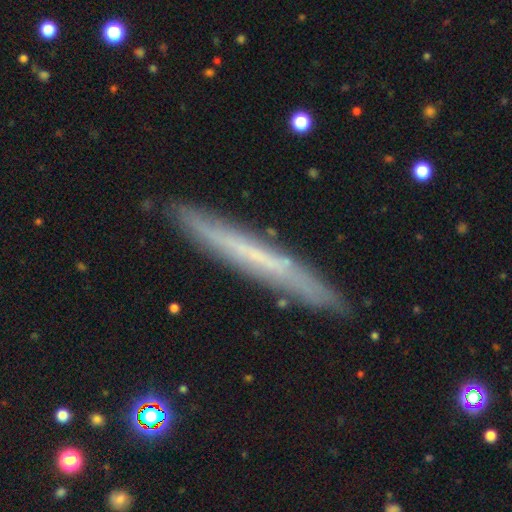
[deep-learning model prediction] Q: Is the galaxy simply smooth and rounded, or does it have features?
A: featured or disk — 55%.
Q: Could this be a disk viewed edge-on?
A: yes — 90%.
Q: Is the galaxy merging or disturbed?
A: none — 86%.